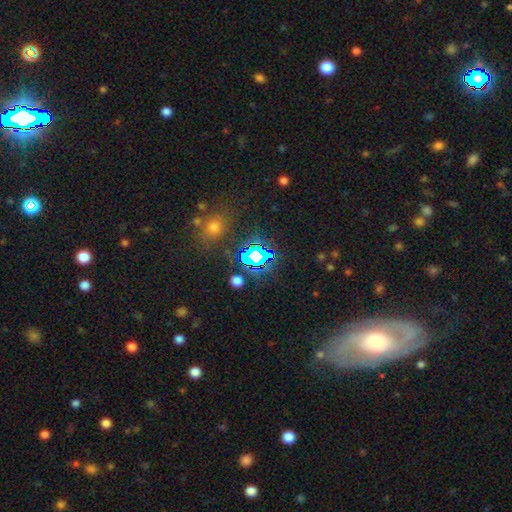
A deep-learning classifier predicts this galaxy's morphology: A star or artifact, not a galaxy (67%).

Vote fractions:
- Smooth or featured? star or artifact: 67% / smooth: 23% / featured or disk: 10%